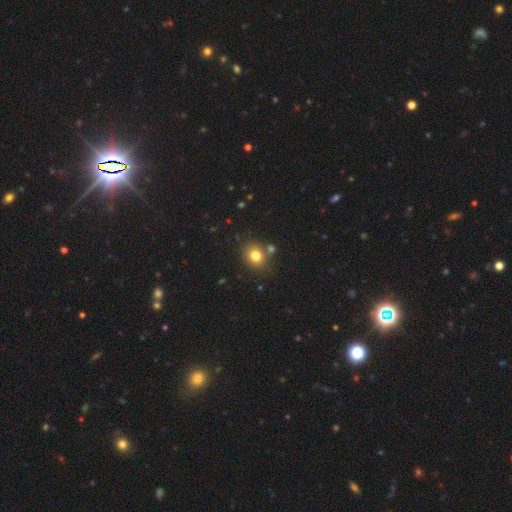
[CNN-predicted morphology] smooth-or-featured: smooth: 80% | star or artifact: 12% | featured or disk: 8%
  how-rounded: round: 70% | in between: 29% | cigar-shaped: 1%
  merging: none: 73% | merger: 13% | minor disturbance: 11% | major disturbance: 3%